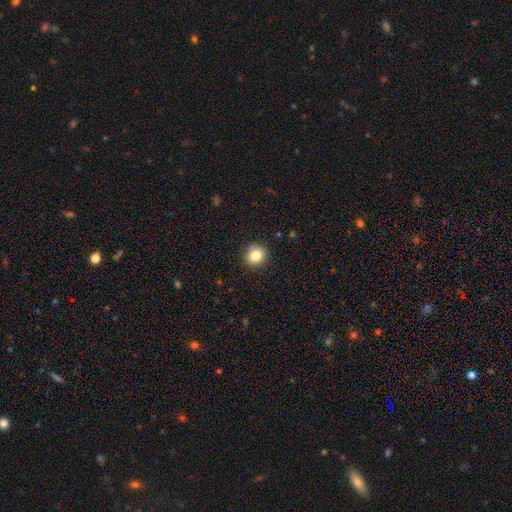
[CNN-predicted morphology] A smooth galaxy with no disk features (84%) that is round (85%).

Vote fractions:
- Smooth or featured? smooth: 84% / star or artifact: 10% / featured or disk: 6%
- How rounded? round: 85% / in between: 14% / cigar-shaped: 1%
- Merging? none: 89% / minor disturbance: 8% / major disturbance: 2% / merger: 1%